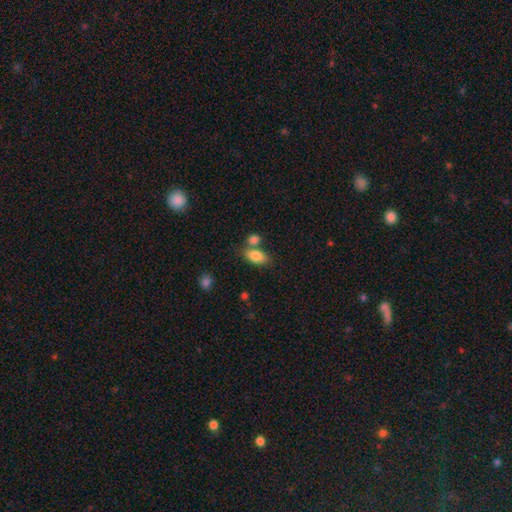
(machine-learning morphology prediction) Smooth or featured?
  - smooth: 83% *
  - featured or disk: 9%
  - star or artifact: 8%
How rounded?
  - in between: 89% *
  - round: 7%
  - cigar-shaped: 4%
Merging?
  - none: 56% *
  - merger: 28%
  - minor disturbance: 12%
  - major disturbance: 4%